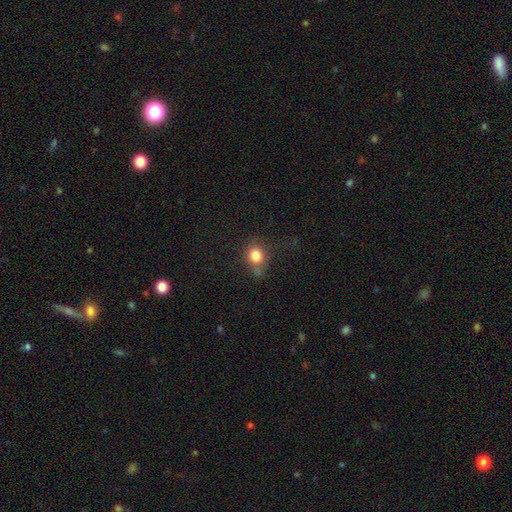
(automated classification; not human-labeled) Q: Smooth or featured?
A: smooth (81%); runner-up: star or artifact (11%)
Q: How rounded?
A: round (73%); runner-up: in between (25%)
Q: Merging?
A: none (56%); runner-up: minor disturbance (26%)